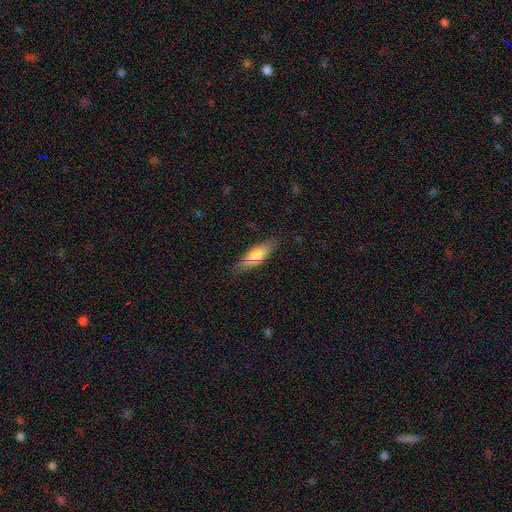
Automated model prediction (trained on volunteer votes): The model was most divided on "how rounded": in between: 60%, cigar-shaped: 36%, round: 3%. More confident: merging — none (85%); smooth or featured — smooth (61%).